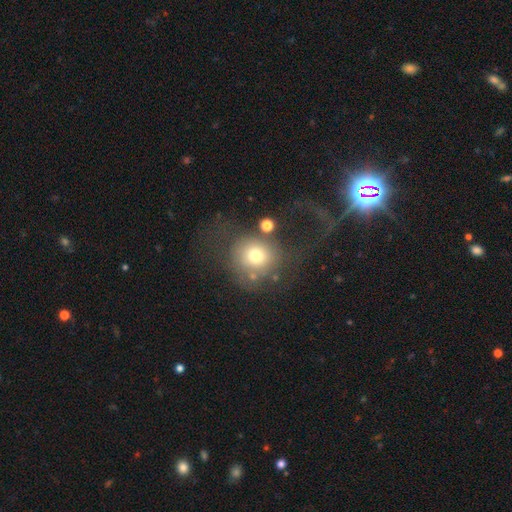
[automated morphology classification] Smooth or featured? smooth (66%)
How rounded? round (86%)
Merging? none (48%)